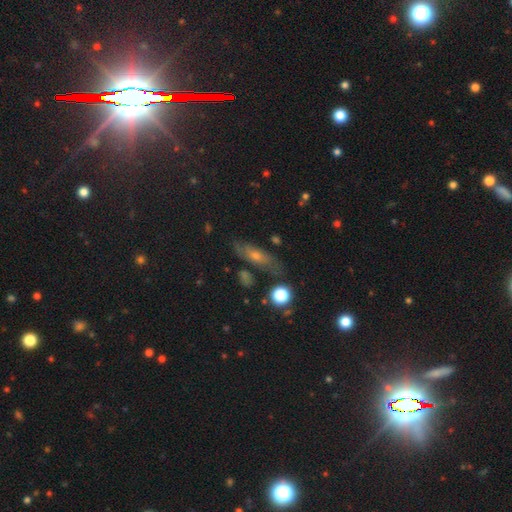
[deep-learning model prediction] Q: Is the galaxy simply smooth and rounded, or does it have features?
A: smooth — 44%.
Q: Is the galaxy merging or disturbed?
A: none — 75%.